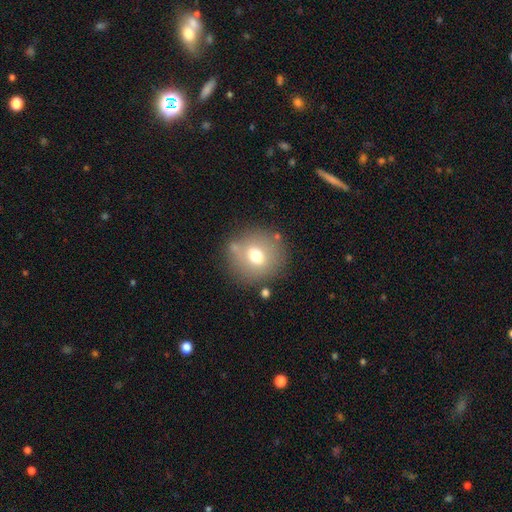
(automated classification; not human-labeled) Morphology: type=smooth (66%); roundness=round (86%); merging=none (76%).